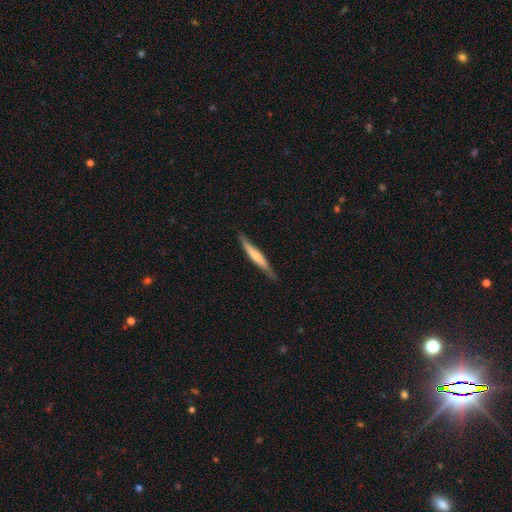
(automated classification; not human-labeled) smooth_or_featured: smooth (p=0.55) [alt: featured or disk p=0.40]
how_rounded: cigar-shaped (p=0.94) [alt: in between p=0.05]
merging: none (p=0.82) [alt: minor disturbance p=0.14]